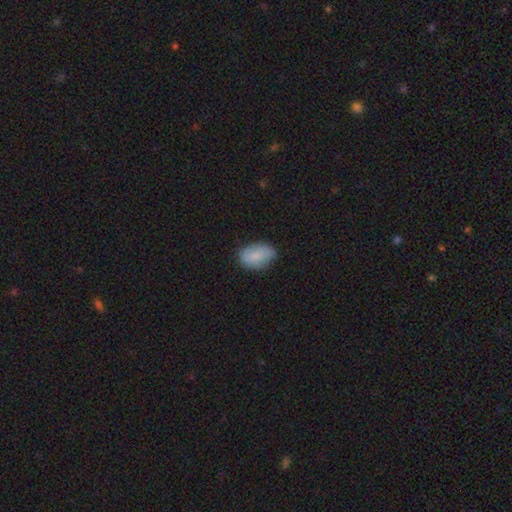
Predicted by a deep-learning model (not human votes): Overall: smooth (79%). How rounded: in between (86%). Merging: none (73%).